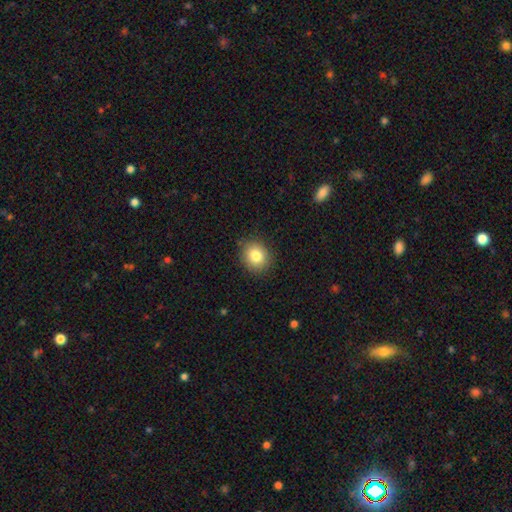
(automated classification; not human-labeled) Smooth or featured? smooth (82%)
How rounded? round (77%)
Merging? none (88%)